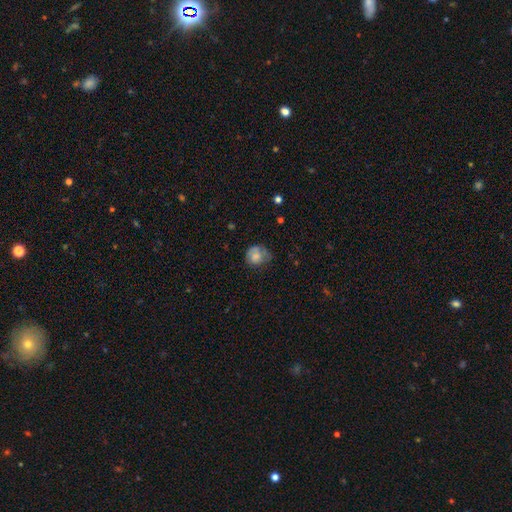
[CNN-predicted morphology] Overall: smooth (70%). How rounded: round (71%). Merging: none (44%; minor disturbance 35%).